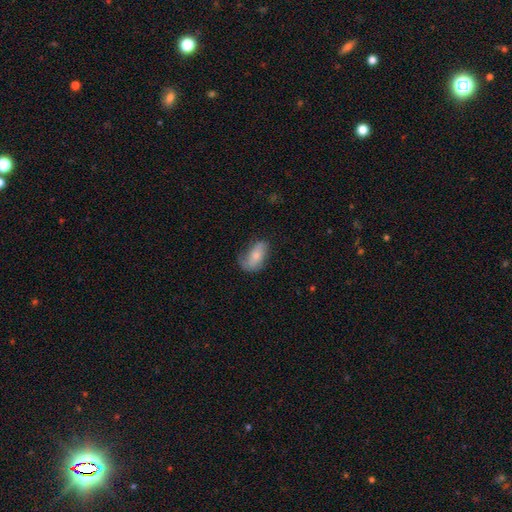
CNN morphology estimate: This appears to be a smooth galaxy with no disk features (63%) that is in between round and cigar-shaped (91%). Merging: none (48%).